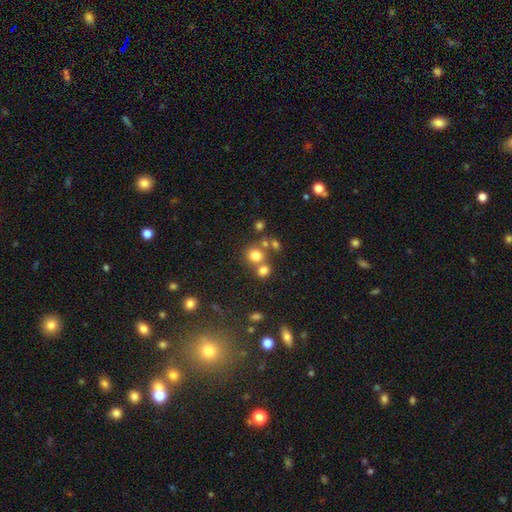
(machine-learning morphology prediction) Overall: smooth (74%). How rounded: round (78%). Merging: none (55%; merger 32%).